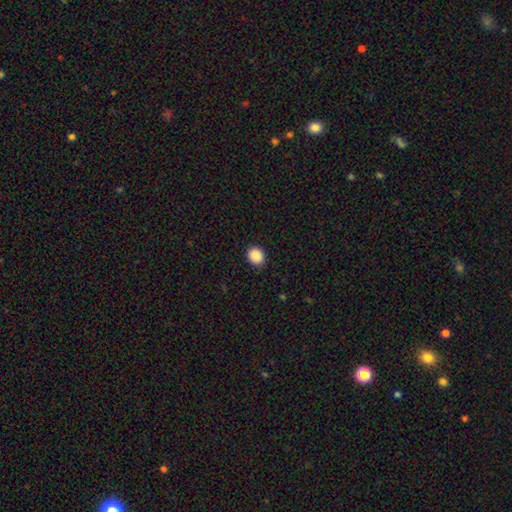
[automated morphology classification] type=smooth (89%); roundness=round (70%); merging=none (89%).